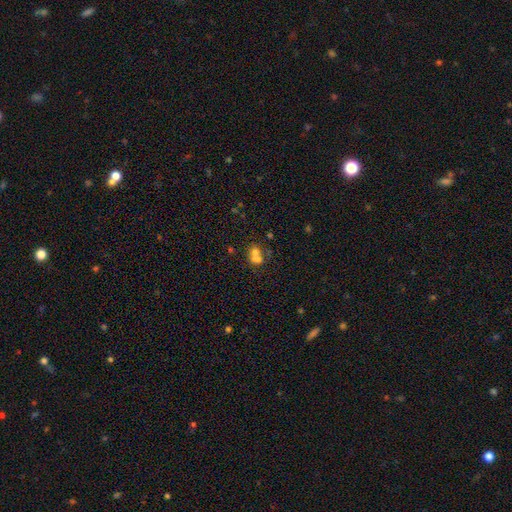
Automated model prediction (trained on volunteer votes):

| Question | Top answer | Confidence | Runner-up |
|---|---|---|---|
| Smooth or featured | smooth | 63% | featured or disk (21%) |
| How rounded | round | 56% | in between (42%) |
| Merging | merger | 60% | none (26%) |